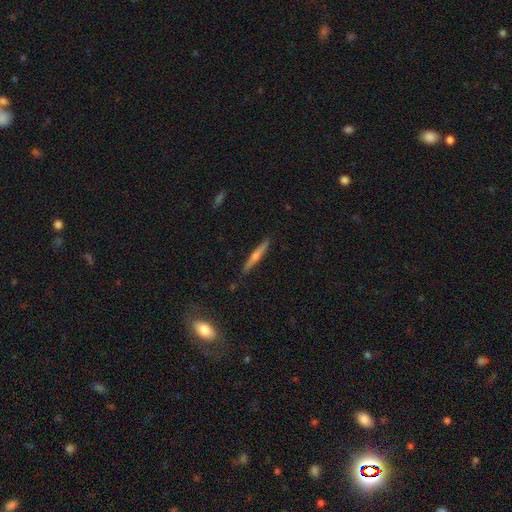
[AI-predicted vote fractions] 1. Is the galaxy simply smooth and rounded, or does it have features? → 64% featured or disk, 30% smooth, 7% star or artifact.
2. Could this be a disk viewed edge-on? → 97% yes, 3% no.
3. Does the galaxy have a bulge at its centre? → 81% rounded, 15% none, 4% boxy.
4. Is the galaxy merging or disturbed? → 88% none, 9% minor disturbance, 2% major disturbance, 1% merger.